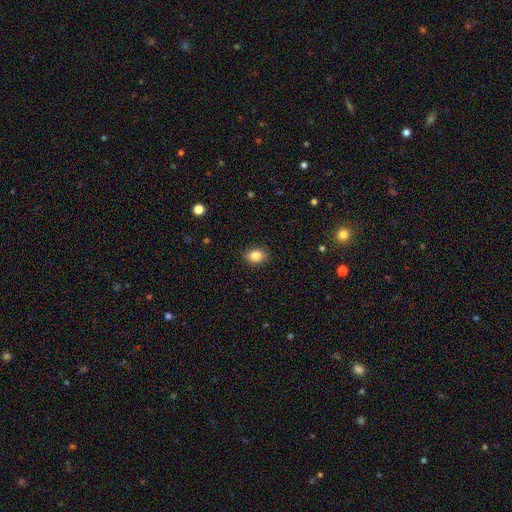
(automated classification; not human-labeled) Q: Smooth or featured?
A: smooth (85%); runner-up: star or artifact (9%)
Q: How rounded?
A: in between (69%); runner-up: round (30%)
Q: Merging?
A: none (88%); runner-up: minor disturbance (9%)